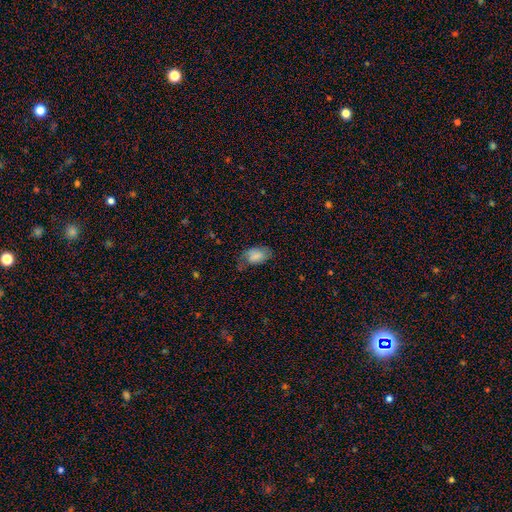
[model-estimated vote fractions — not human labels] smooth_or_featured: smooth (p=0.76) [alt: featured or disk p=0.15]
how_rounded: in between (p=0.91) [alt: round p=0.07]
merging: none (p=0.45) [alt: minor disturbance p=0.34]